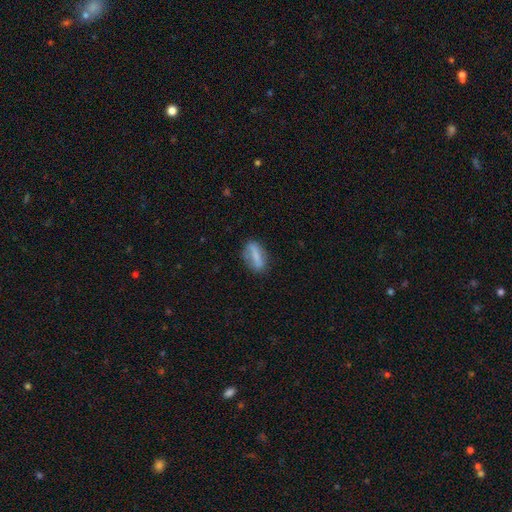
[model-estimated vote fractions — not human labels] smooth 66%, featured or disk 26%, star or artifact 8%. Down the decision tree: how rounded — in between (68%); merging — none (73%).